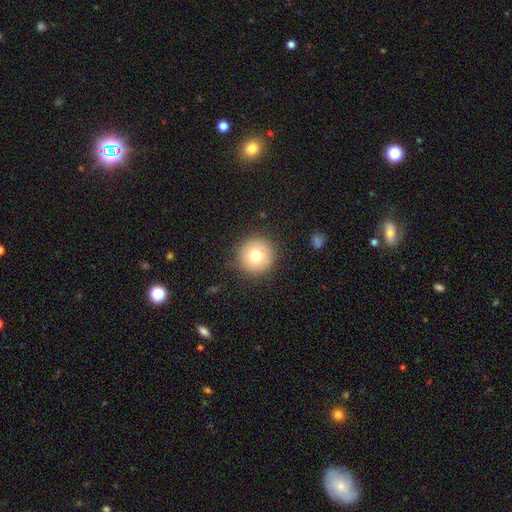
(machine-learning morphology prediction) Smooth or featured? Predicted: smooth (p=0.75). How rounded? Predicted: round (p=0.95). Merging? Predicted: none (p=0.88).